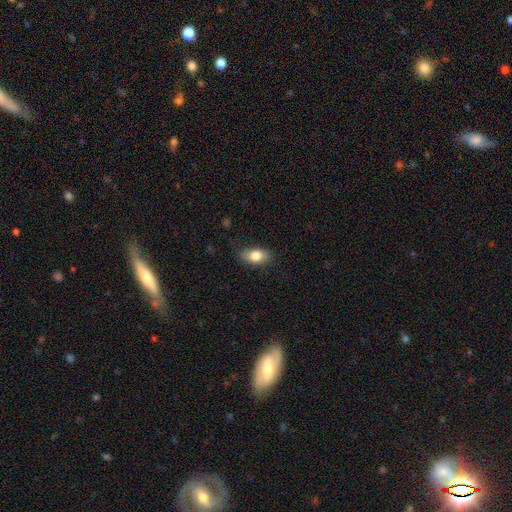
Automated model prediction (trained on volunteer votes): Smooth or featured? smooth (80%)
How rounded? in between (88%)
Merging? none (80%)